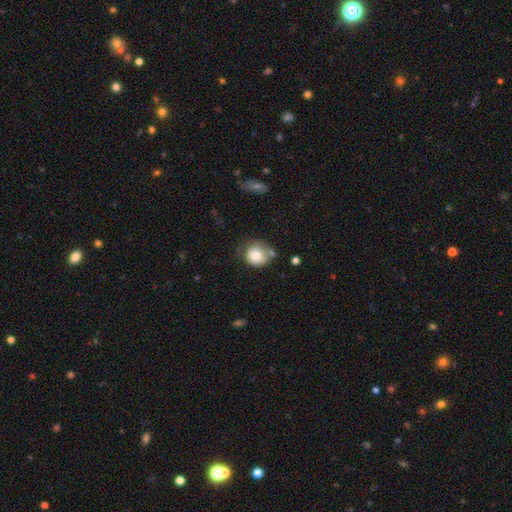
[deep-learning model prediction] smooth_or_featured: smooth (p=0.77) [alt: featured or disk p=0.14]
how_rounded: round (p=0.85) [alt: in between p=0.14]
merging: none (p=0.53) [alt: minor disturbance p=0.24]